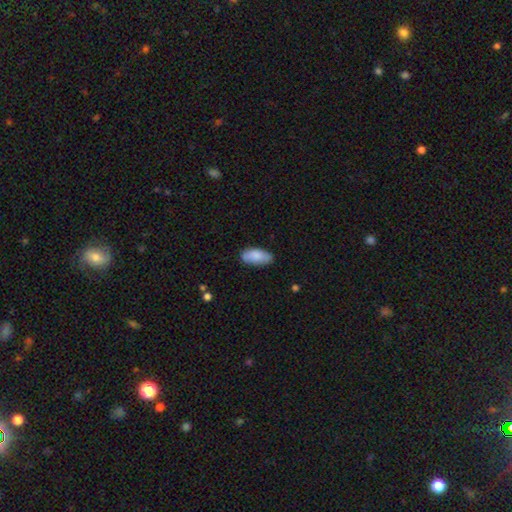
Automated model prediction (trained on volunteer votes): The model was most divided on "merging": none: 81%, minor disturbance: 15%, major disturbance: 2%, merger: 1%. More confident: how rounded — in between (90%); smooth or featured — smooth (86%).